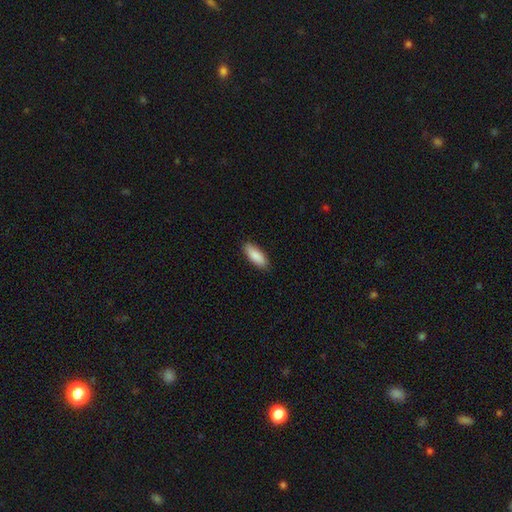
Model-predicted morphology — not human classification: A smooth galaxy with no disk features (89%) that is in between round and cigar-shaped (70%).

Vote fractions:
- Smooth or featured? smooth: 89% / featured or disk: 6% / star or artifact: 5%
- How rounded? in between: 70% / cigar-shaped: 28% / round: 2%
- Merging? none: 88% / minor disturbance: 9% / major disturbance: 2% / merger: 1%